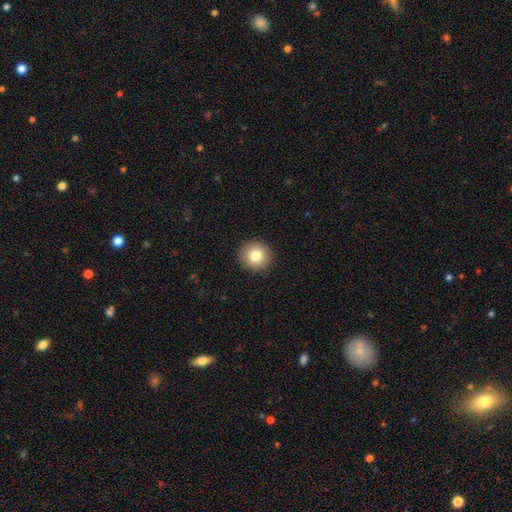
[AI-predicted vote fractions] Overall: smooth (81%). How rounded: round (94%). Merging: none (91%).